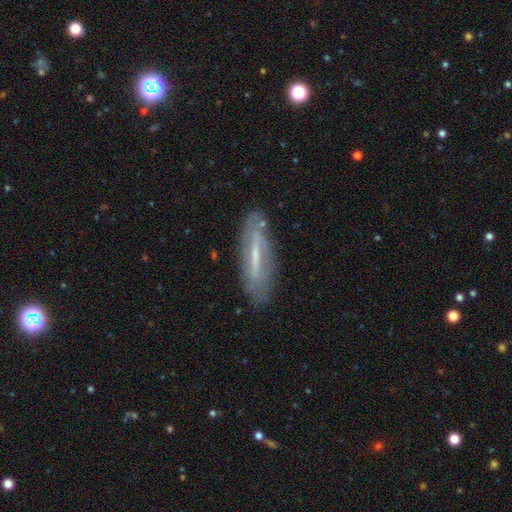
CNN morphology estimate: Smooth or featured? Predicted: featured or disk (p=0.61). Edge-on disk? Predicted: no (p=0.57). Merging? Predicted: none (p=0.77).